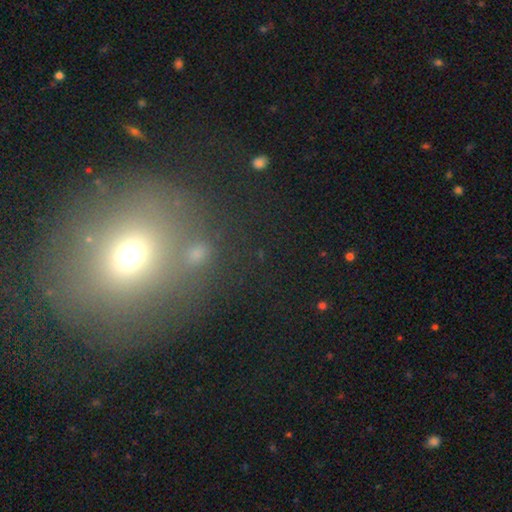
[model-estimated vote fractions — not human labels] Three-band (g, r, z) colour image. It shows a smooth galaxy with no disk features (53%) that is round (78%). Merging: none (72%).